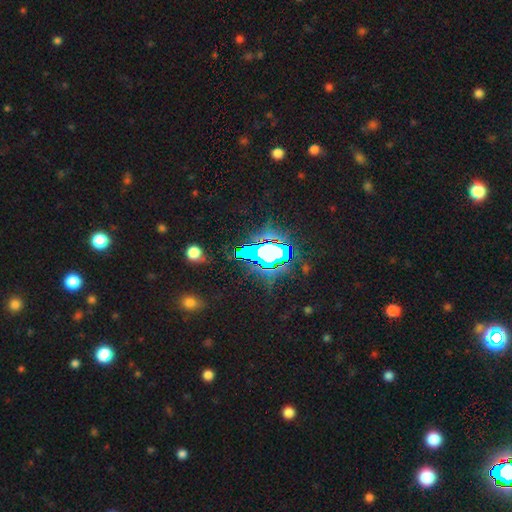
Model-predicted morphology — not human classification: Smooth or featured? star or artifact (74%)